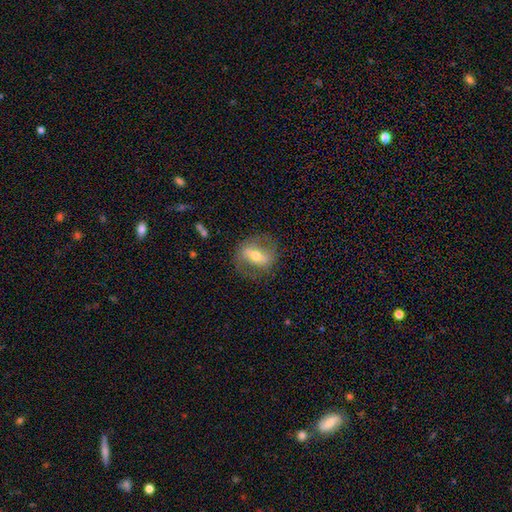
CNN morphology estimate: smooth_or_featured: featured or disk (p=0.60) [alt: smooth p=0.32]
disk_edge_on: no (p=0.87) [alt: yes p=0.13]
bar: strong (p=0.54) [alt: weak p=0.29]
has_spiral_arms: yes (p=0.59) [alt: no p=0.41]
bulge_size: moderate (p=0.63) [alt: small p=0.28]
merging: none (p=0.74) [alt: minor disturbance p=0.16]